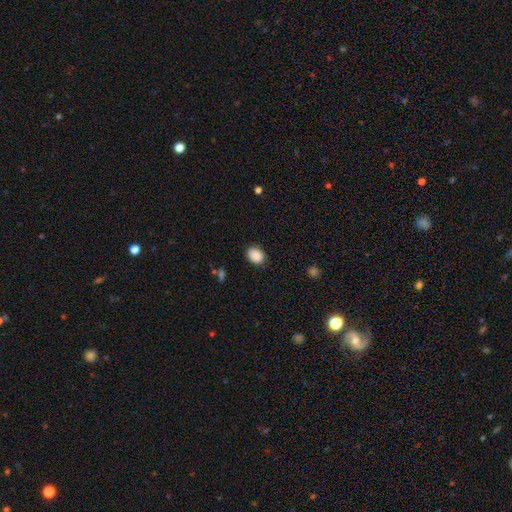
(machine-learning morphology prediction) This appears to be a smooth galaxy with no disk features (89%) that is in between round and cigar-shaped (67%). Merging: none (84%).